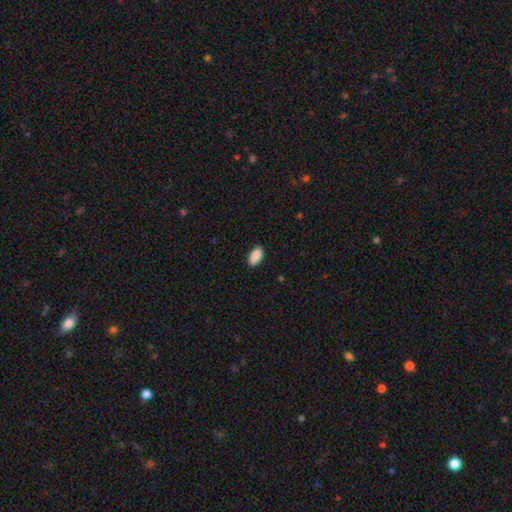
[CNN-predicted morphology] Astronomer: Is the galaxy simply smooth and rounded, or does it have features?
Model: smooth — 90%.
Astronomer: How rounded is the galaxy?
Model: in between — 94%.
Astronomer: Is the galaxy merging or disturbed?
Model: none — 85%.